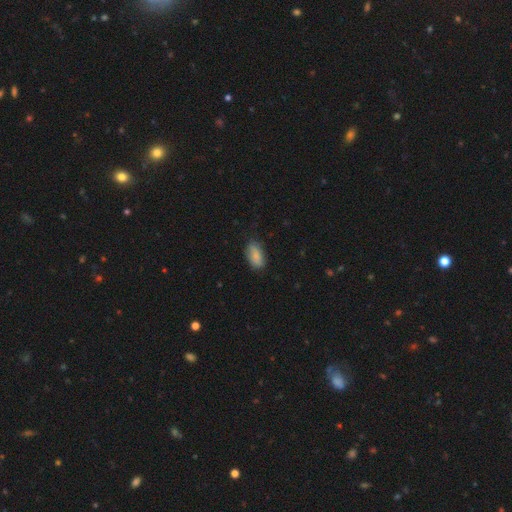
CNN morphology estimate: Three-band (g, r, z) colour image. It shows a smooth galaxy with no disk features (83%) that is in between round and cigar-shaped (88%). Merging: none (77%).